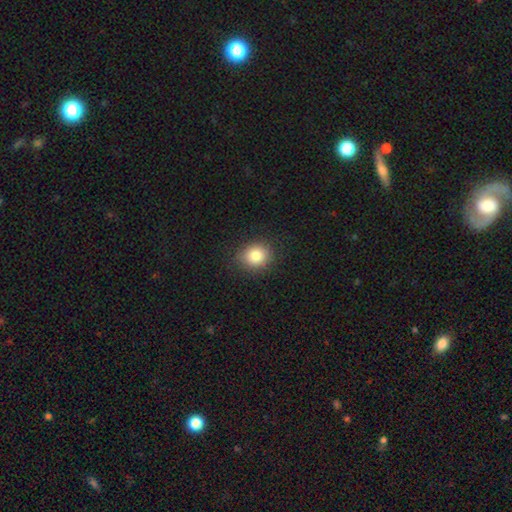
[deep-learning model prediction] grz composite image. It shows a smooth galaxy with no disk features (83%) that is round (71%). Merging: none (86%).